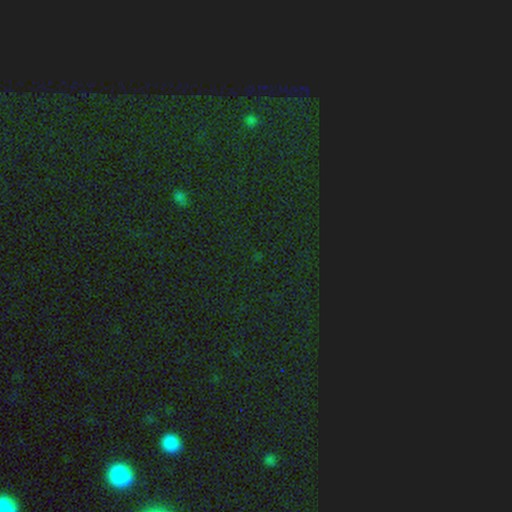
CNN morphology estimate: Smooth or featured? star or artifact (81%)